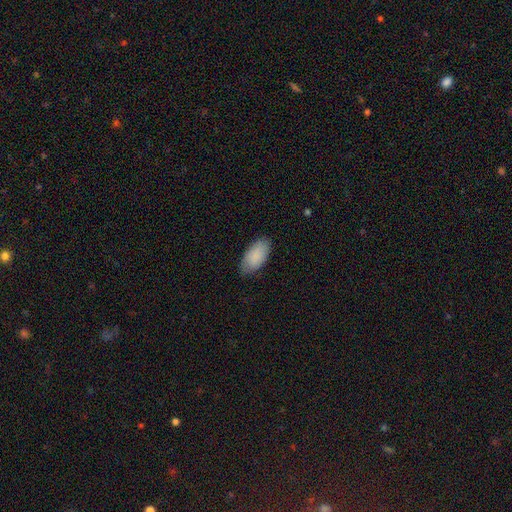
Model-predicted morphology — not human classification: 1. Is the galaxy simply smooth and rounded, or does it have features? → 89% smooth, 6% star or artifact, 5% featured or disk.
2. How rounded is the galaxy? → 94% in between, 4% cigar-shaped, 2% round.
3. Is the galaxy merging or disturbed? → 82% none, 15% minor disturbance, 3% major disturbance, 1% merger.